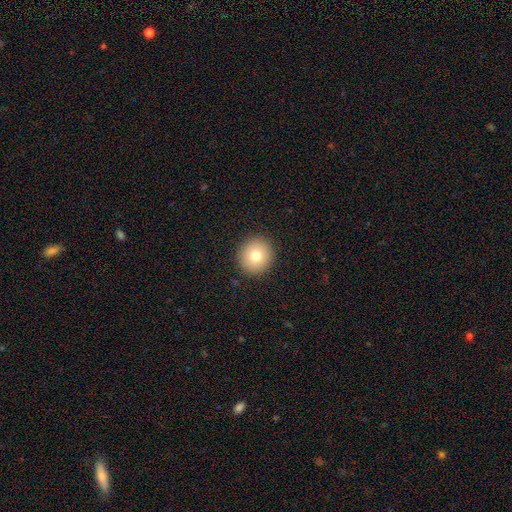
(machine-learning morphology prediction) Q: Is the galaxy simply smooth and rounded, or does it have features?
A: smooth — 77%.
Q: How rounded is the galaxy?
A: round — 89%.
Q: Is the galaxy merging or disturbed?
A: none — 92%.